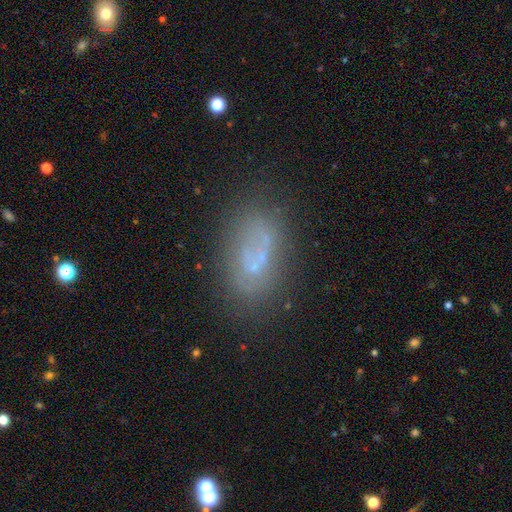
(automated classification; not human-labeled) smooth-or-featured: smooth: 46% | featured or disk: 38% | star or artifact: 15%
  merging: none: 60% | minor disturbance: 20% | major disturbance: 12% | merger: 7%